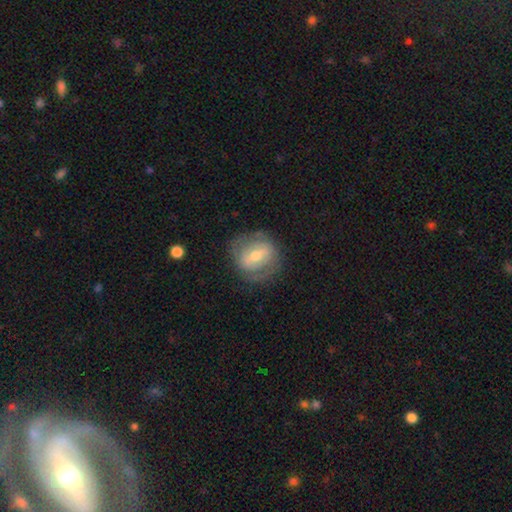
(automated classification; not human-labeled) Smooth or featured? featured or disk (57%)
Edge-on disk? no (95%)
Bar? weak (44%)
Spiral arms? yes (53%)
Bulge size? moderate (61%)
Merging? none (70%)